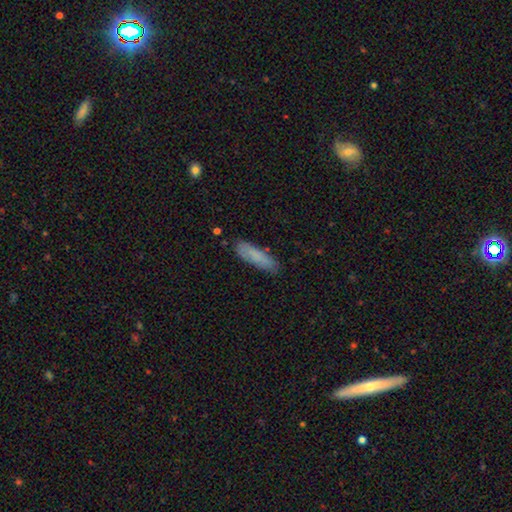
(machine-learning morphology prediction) This appears to be a smooth galaxy with no disk features (79%) that is cigar-shaped (65%). Merging: none (81%).